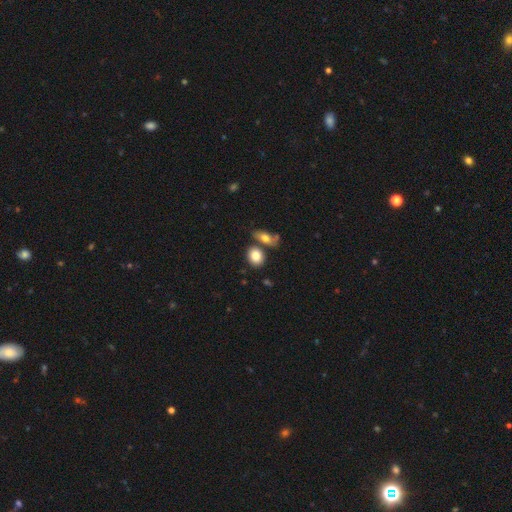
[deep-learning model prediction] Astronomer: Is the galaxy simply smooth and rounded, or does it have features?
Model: smooth — 82%.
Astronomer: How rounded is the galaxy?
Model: in between — 59% (runner-up: round, 39%).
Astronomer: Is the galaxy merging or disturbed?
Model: none — 64%.